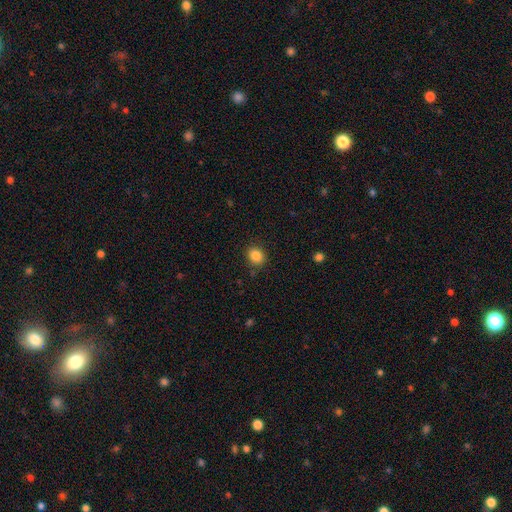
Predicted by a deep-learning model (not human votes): Smooth or featured? Predicted: smooth (p=0.85). How rounded? Predicted: round (p=0.69). Merging? Predicted: none (p=0.86).